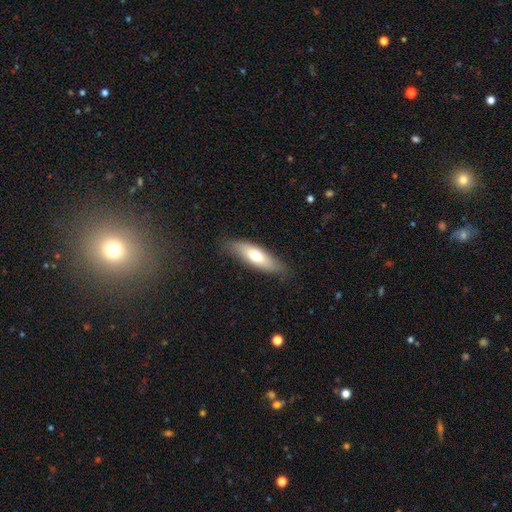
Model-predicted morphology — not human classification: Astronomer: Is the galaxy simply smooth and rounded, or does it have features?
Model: smooth — 64%.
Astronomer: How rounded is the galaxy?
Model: in between — 51% (runner-up: cigar-shaped, 47%).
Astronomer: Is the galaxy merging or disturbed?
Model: none — 82%.